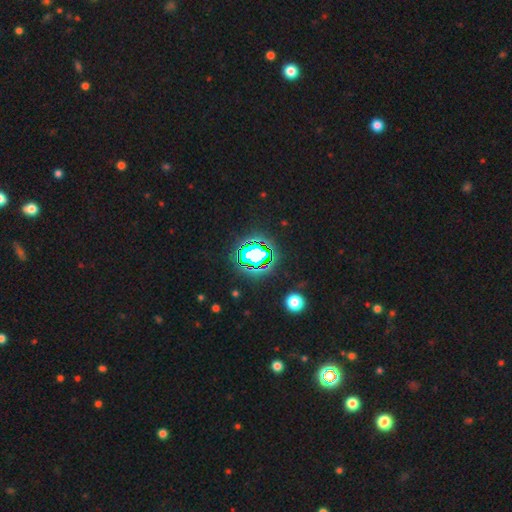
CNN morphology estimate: This appears to be a star or artifact, not a galaxy (71%).